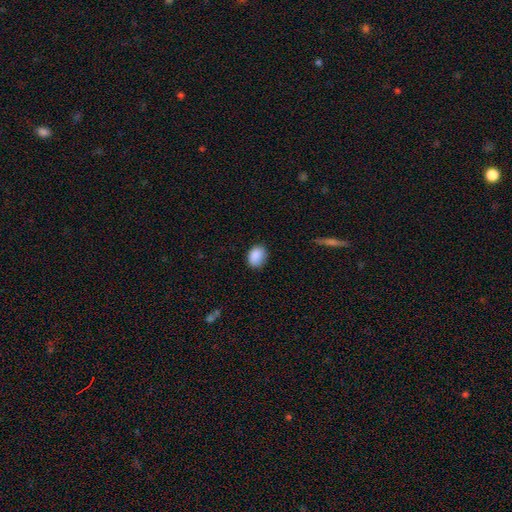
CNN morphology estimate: type=smooth (88%); roundness=in between (59%); merging=none (78%).